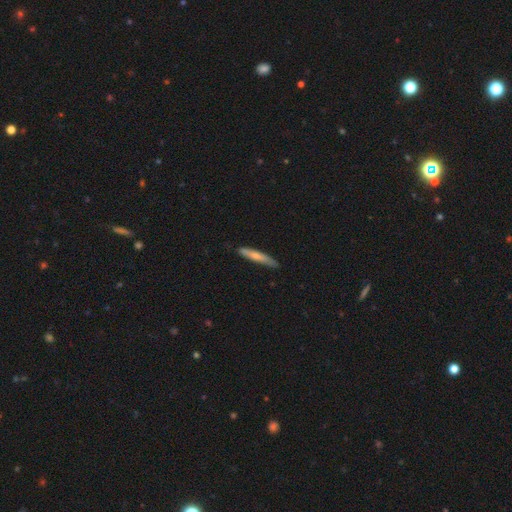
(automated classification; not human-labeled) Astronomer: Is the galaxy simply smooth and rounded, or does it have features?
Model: smooth — 64%.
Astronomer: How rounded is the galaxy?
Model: cigar-shaped — 93%.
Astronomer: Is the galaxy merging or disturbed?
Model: none — 82%.